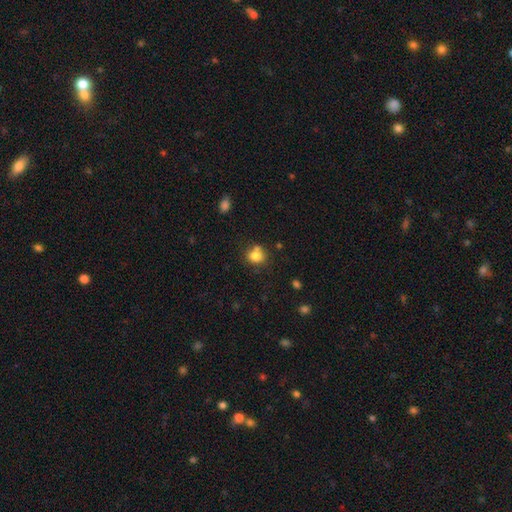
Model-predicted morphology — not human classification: This appears to be a smooth galaxy with no disk features (79%) that is round (70%). Merging: none (57%).